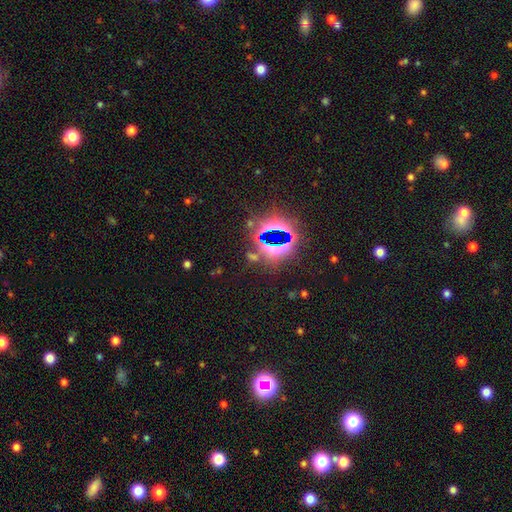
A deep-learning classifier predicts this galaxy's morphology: Q: Smooth or featured?
A: star or artifact (75%); runner-up: smooth (14%)